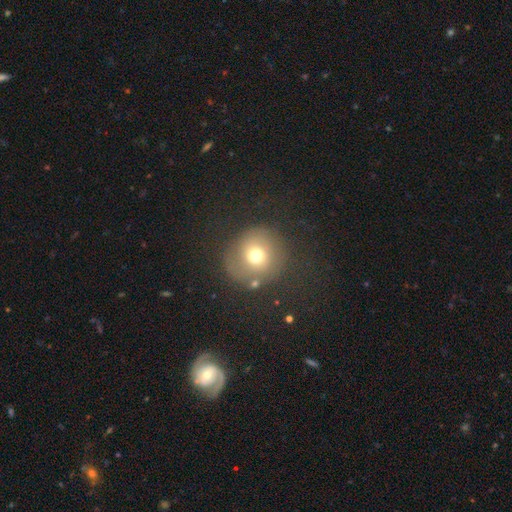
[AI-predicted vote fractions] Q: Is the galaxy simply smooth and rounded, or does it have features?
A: smooth — 69%.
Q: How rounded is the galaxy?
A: round — 91%.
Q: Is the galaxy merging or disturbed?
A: none — 73%.